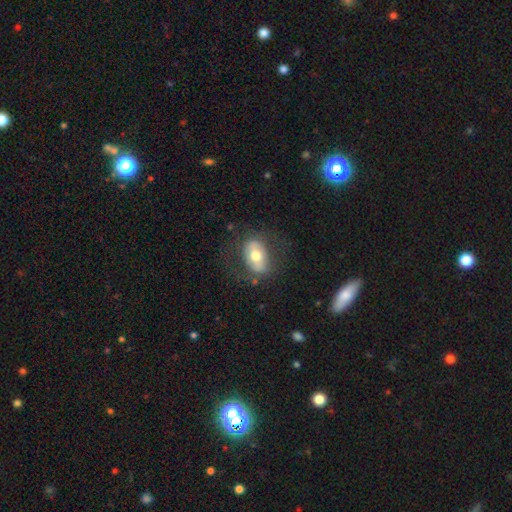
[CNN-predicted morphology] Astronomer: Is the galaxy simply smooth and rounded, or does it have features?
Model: smooth — 51% (runner-up: featured or disk, 42%).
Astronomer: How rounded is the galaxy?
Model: in between — 80%.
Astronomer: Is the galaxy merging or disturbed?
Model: none — 68%.